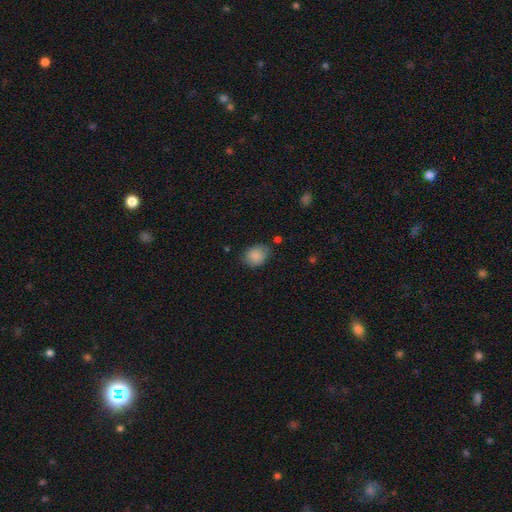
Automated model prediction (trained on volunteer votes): This is clearly a smooth galaxy (87%). How rounded: possibly in between (52%). Merging: likely none (71%).